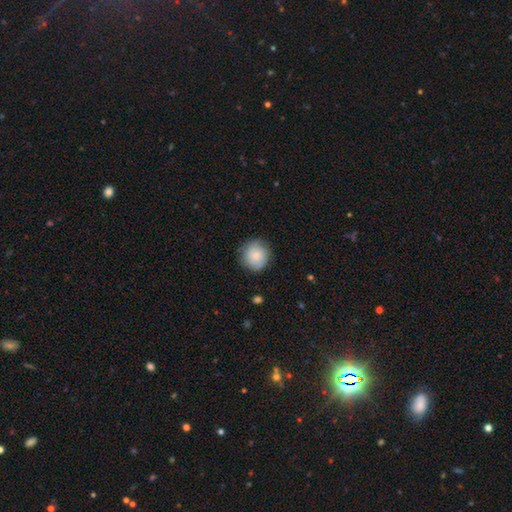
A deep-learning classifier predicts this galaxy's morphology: This is likely a smooth galaxy (76%). How rounded: clearly round (92%). Merging: clearly none (83%).